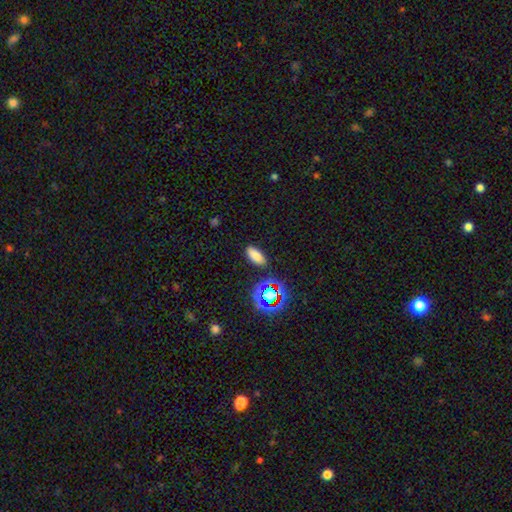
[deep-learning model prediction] Smooth or featured: smooth — 76% (star or artifact — 18%)
How rounded: in between — 86% (cigar-shaped — 10%)
Merging: none — 87% (minor disturbance — 9%)